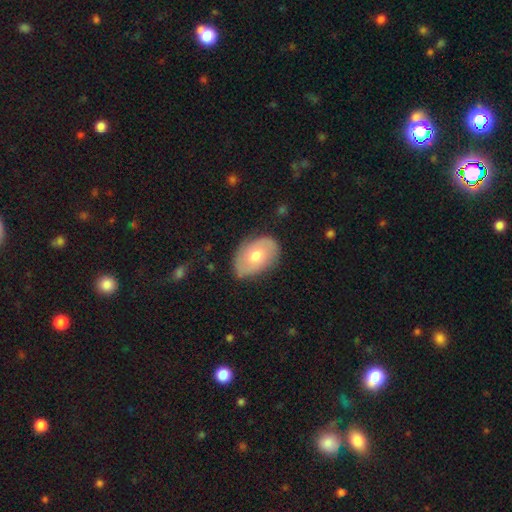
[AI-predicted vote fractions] A smooth galaxy with no disk features (50%) that is in between round and cigar-shaped (85%). Merging: none (77%).